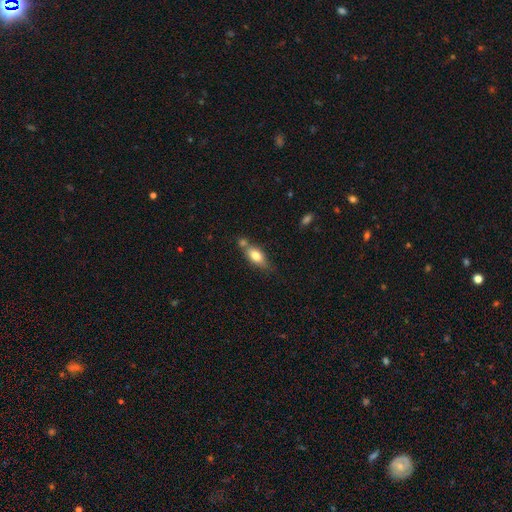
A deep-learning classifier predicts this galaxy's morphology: The model was most divided on "merging": none: 50%, merger: 27%, minor disturbance: 17%, major disturbance: 5%. More confident: how rounded — in between (78%); smooth or featured — smooth (73%).